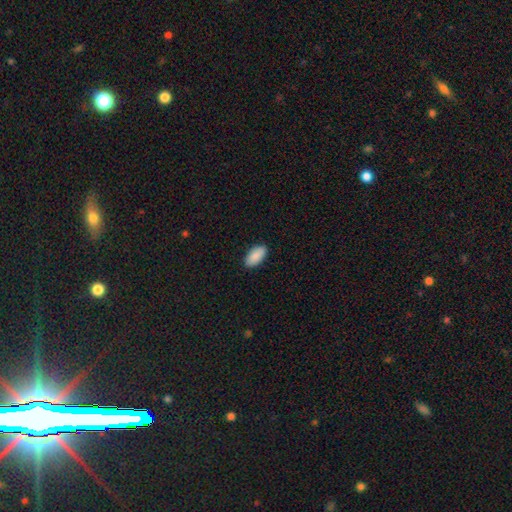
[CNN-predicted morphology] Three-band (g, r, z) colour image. It shows a smooth galaxy with no disk features (91%) that is in between round and cigar-shaped (93%). Merging: none (90%).